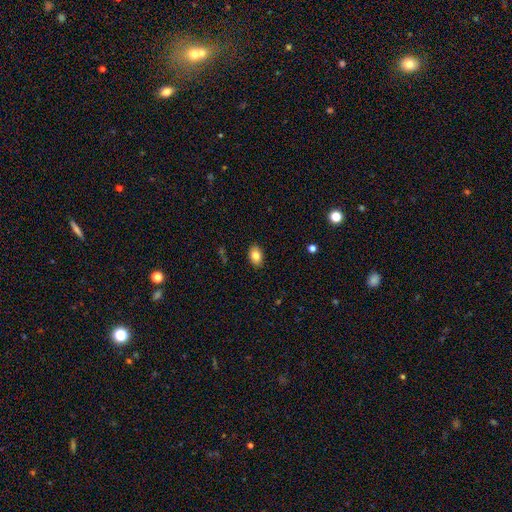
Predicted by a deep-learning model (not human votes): Morphology: type=smooth (82%); roundness=in between (85%); merging=none (88%).